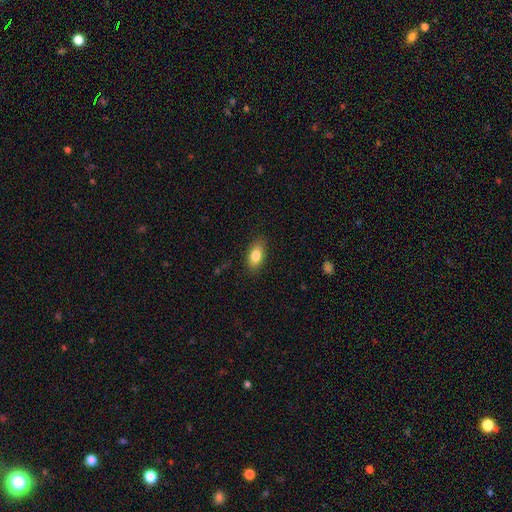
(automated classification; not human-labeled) A smooth galaxy with no disk features (83%) that is in between round and cigar-shaped (89%). Merging: none (86%).